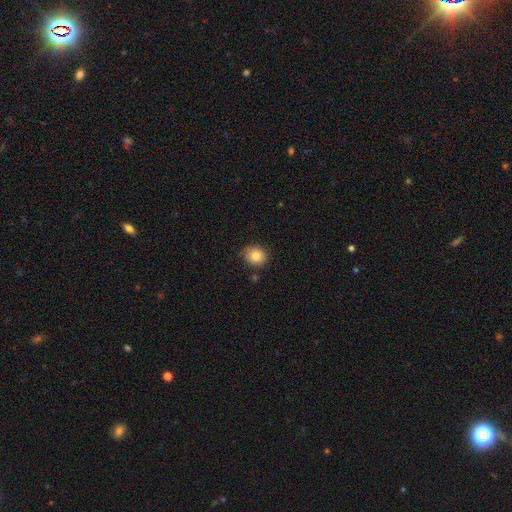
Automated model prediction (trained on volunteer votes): Smooth or featured? smooth (83%)
How rounded? round (77%)
Merging? none (76%)